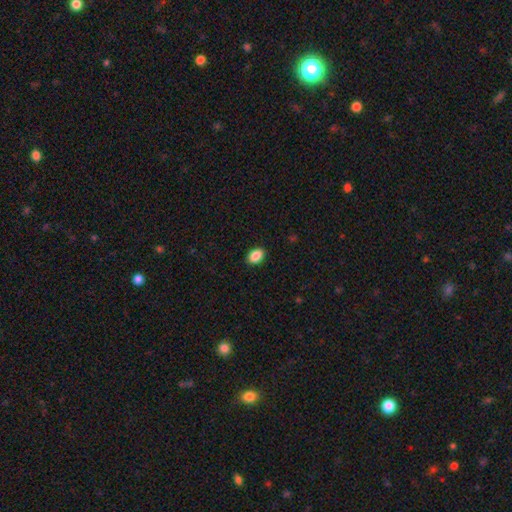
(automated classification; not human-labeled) Morphology: type=smooth (89%); roundness=in between (84%); merging=none (90%).